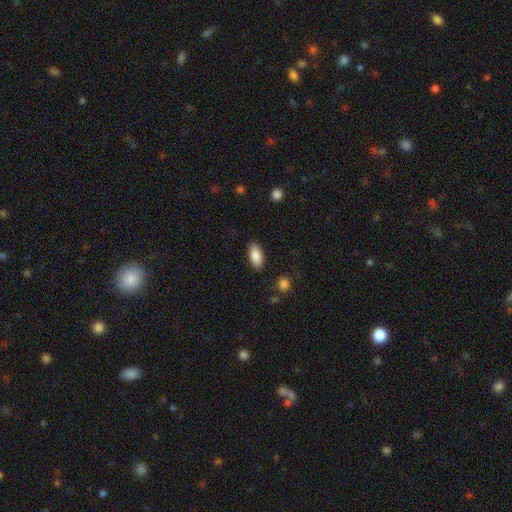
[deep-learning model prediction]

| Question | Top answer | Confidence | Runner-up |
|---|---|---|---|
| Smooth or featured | smooth | 88% | star or artifact (7%) |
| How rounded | in between | 90% | cigar-shaped (7%) |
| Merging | none | 87% | minor disturbance (9%) |